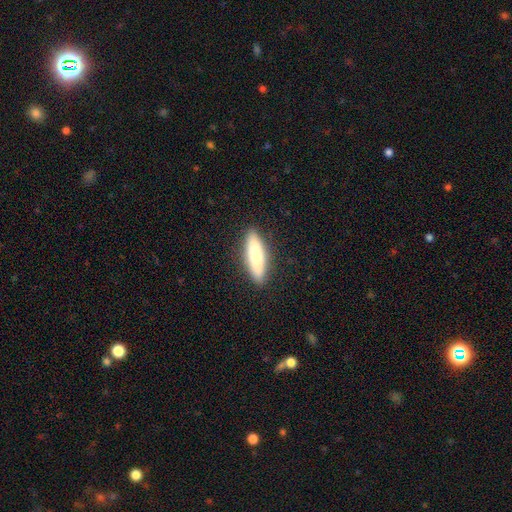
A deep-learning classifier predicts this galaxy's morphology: type=smooth (76%); roundness=cigar-shaped (64%); merging=none (89%).